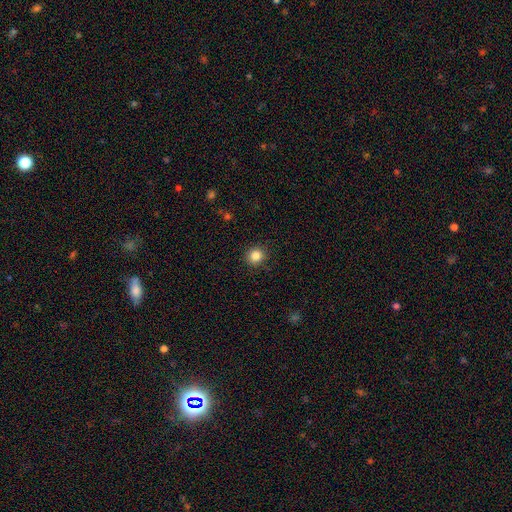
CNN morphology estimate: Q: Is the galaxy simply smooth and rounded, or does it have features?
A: smooth — 84%.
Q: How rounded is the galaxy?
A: round — 90%.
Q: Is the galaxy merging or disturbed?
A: none — 91%.